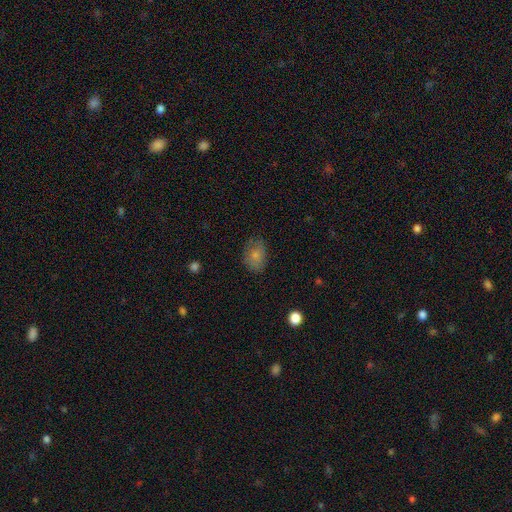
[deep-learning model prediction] This is likely a smooth galaxy (79%). How rounded: likely in between (73%). Merging: likely none (74%).